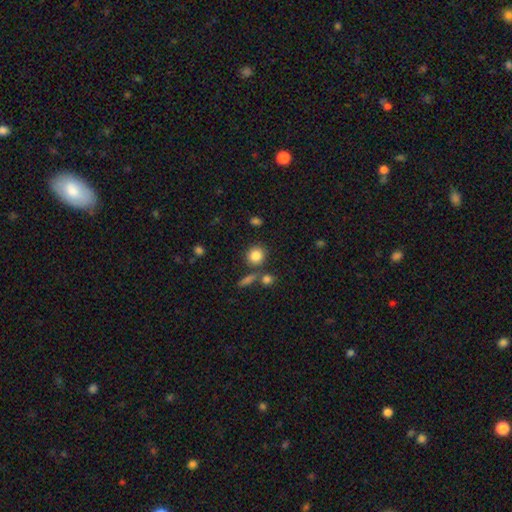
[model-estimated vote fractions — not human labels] smooth_or_featured: smooth (p=0.84) [alt: star or artifact p=0.10]
how_rounded: round (p=0.85) [alt: in between p=0.14]
merging: none (p=0.74) [alt: merger p=0.13]